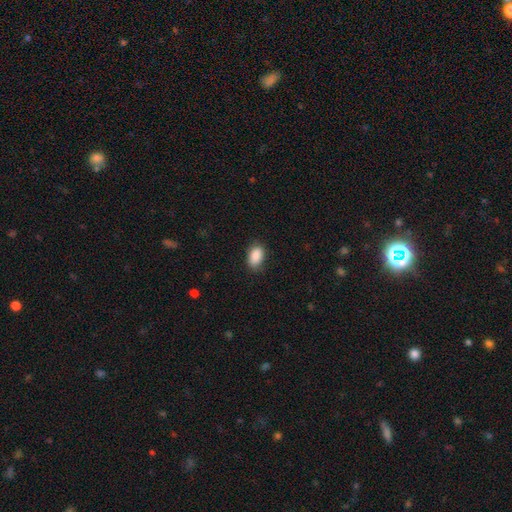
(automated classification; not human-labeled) Overall: smooth (90%). How rounded: in between (90%). Merging: none (81%).